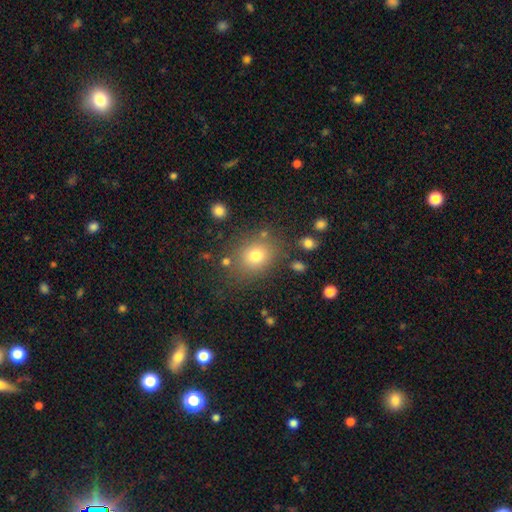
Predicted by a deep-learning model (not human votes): A smooth galaxy with no disk features (75%) that is round (61%).

Vote fractions:
- Smooth or featured? smooth: 75% / star or artifact: 15% / featured or disk: 10%
- How rounded? round: 61% / in between: 38% / cigar-shaped: 1%
- Merging? none: 78% / minor disturbance: 12% / major disturbance: 5% / merger: 5%